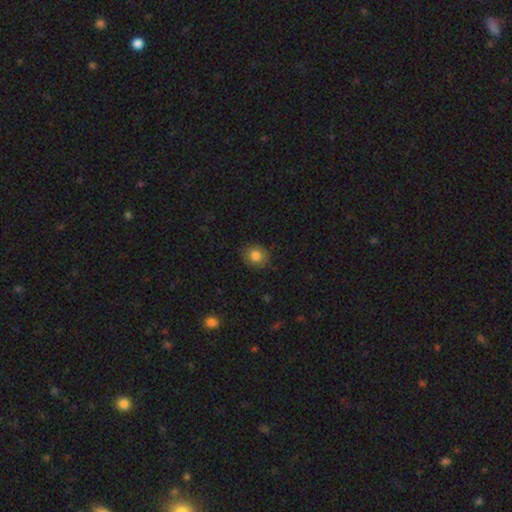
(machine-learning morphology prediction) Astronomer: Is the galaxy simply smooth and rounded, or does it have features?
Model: smooth — 83%.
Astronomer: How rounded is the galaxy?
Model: round — 80%.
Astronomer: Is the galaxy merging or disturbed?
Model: none — 84%.